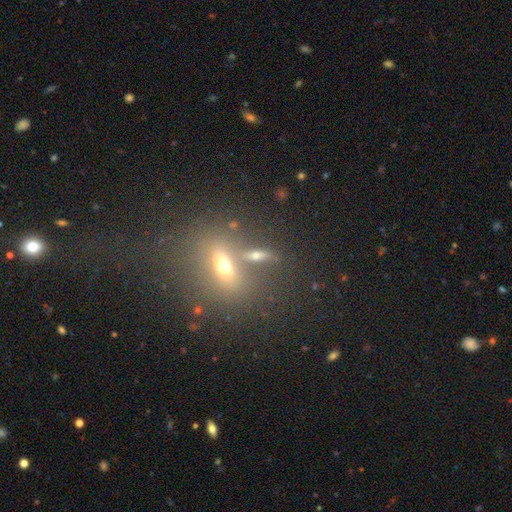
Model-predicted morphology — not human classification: Overall: smooth (45%; featured or disk 33%). Merging: none (59%; merger 24%).